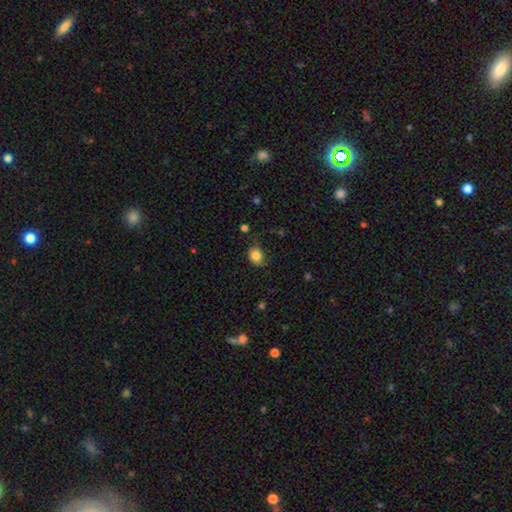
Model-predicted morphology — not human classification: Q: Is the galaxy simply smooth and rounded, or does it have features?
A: smooth — 84%.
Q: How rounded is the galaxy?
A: round — 57%.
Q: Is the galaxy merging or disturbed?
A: none — 62%.